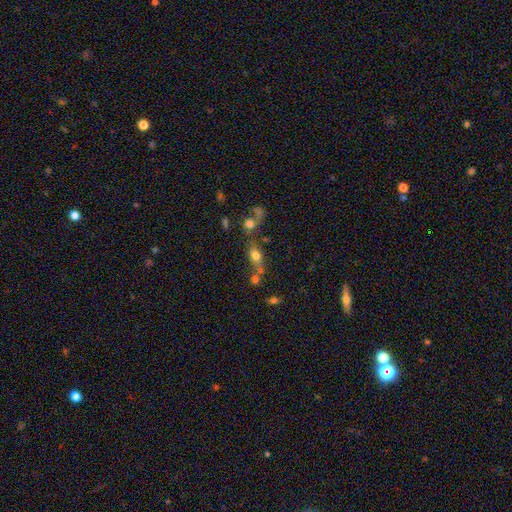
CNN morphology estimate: This appears to be a smooth galaxy with no disk features (71%) that is in between round and cigar-shaped (65%). Merging: none (48%).